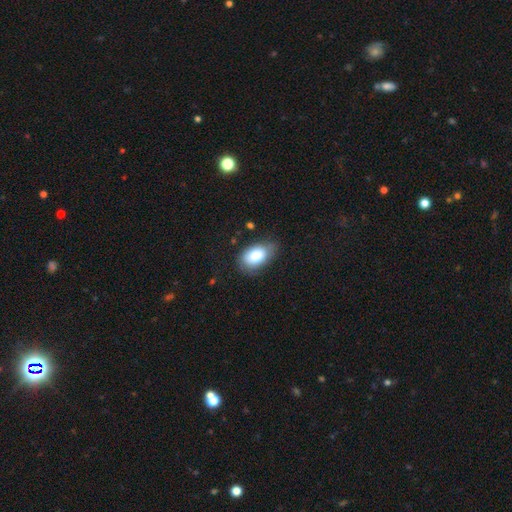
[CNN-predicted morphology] smooth_or_featured: smooth (p=0.83) [alt: featured or disk p=0.10]
how_rounded: in between (p=0.92) [alt: round p=0.07]
merging: none (p=0.68) [alt: minor disturbance p=0.24]